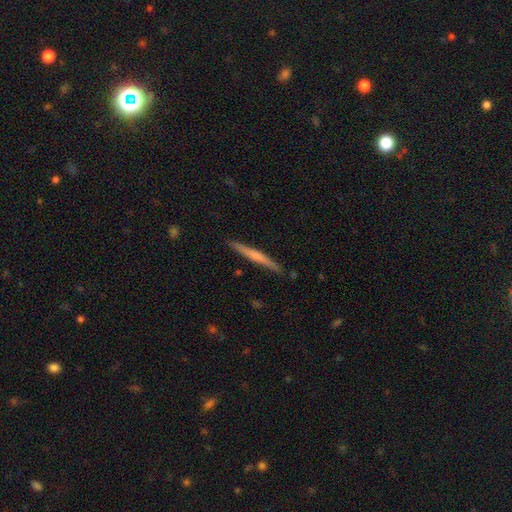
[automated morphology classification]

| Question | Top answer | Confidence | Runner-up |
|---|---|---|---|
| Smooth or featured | featured or disk | 51% | smooth (44%) |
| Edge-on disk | yes | 97% | no (3%) |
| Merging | none | 89% | minor disturbance (8%) |